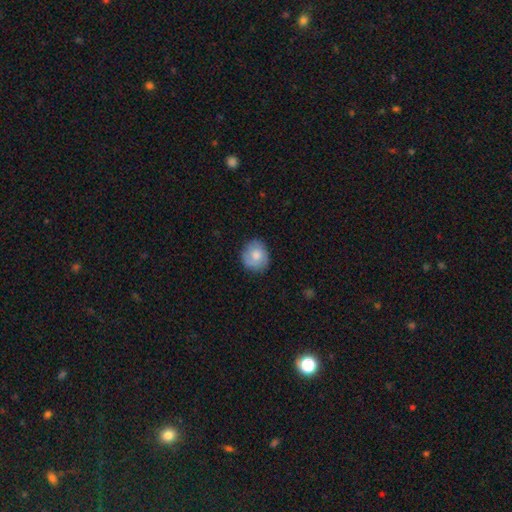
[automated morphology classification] Smooth or featured? smooth (73%)
How rounded? round (78%)
Merging? none (78%)